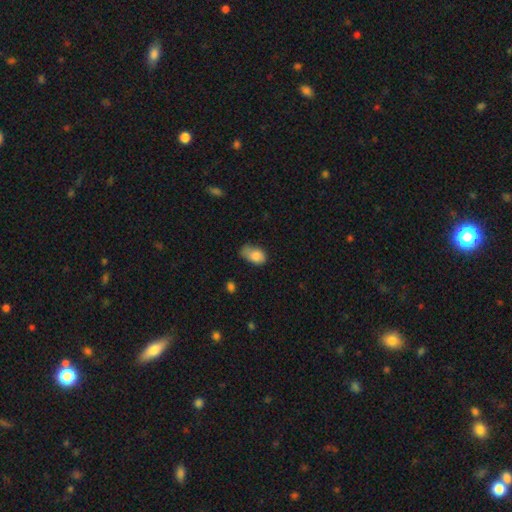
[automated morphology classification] smooth 81%, featured or disk 10%, star or artifact 8%. Down the decision tree: how rounded — in between (87%); merging — minor disturbance (43%).